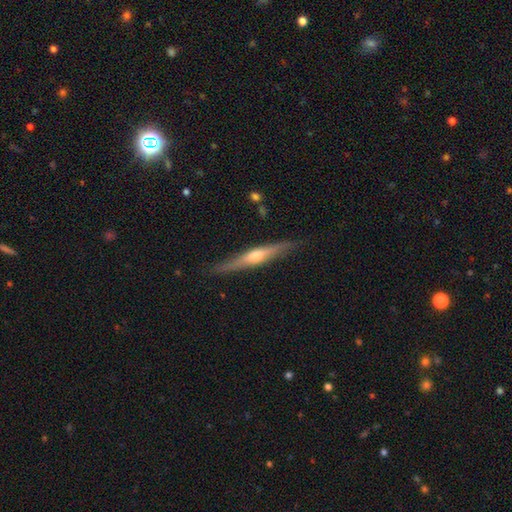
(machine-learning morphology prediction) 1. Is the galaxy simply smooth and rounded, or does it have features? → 67% featured or disk, 28% smooth, 6% star or artifact.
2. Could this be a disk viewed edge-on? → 95% yes, 5% no.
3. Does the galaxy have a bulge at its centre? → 85% rounded, 10% none, 5% boxy.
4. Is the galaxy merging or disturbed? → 86% none, 10% minor disturbance, 2% major disturbance, 1% merger.